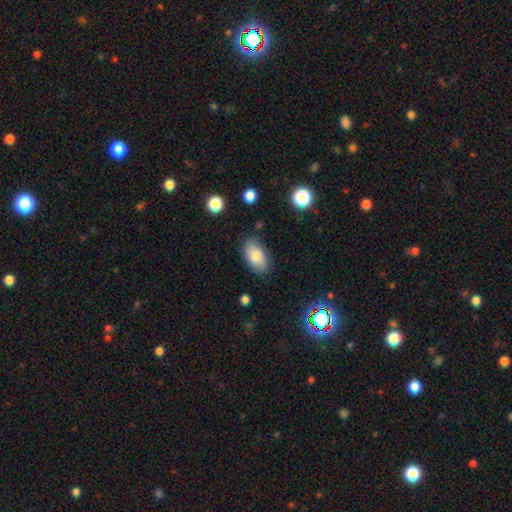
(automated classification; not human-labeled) Morphology: type=smooth (82%); roundness=in between (93%); merging=none (79%).